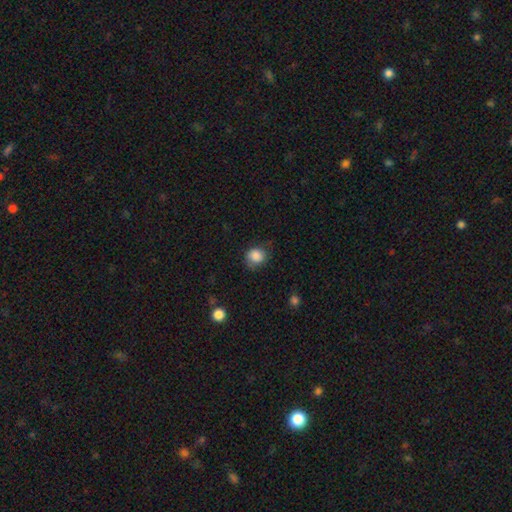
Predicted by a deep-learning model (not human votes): Smooth or featured?
  - smooth: 86% *
  - star or artifact: 9%
  - featured or disk: 6%
How rounded?
  - round: 78% *
  - in between: 21%
  - cigar-shaped: 1%
Merging?
  - none: 69% *
  - minor disturbance: 24%
  - major disturbance: 6%
  - merger: 1%